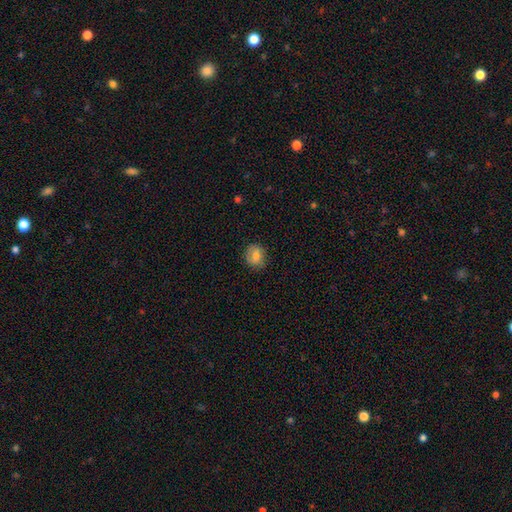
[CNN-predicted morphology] smooth_or_featured: smooth (p=0.75) [alt: featured or disk p=0.16]
how_rounded: round (p=0.71) [alt: in between p=0.28]
merging: none (p=0.82) [alt: minor disturbance p=0.14]